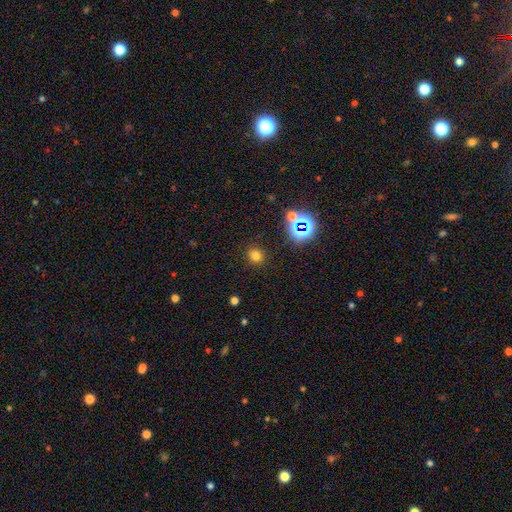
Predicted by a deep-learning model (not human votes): Q: Smooth or featured?
A: smooth (71%); runner-up: star or artifact (23%)
Q: How rounded?
A: round (87%); runner-up: in between (12%)
Q: Merging?
A: none (88%); runner-up: minor disturbance (7%)